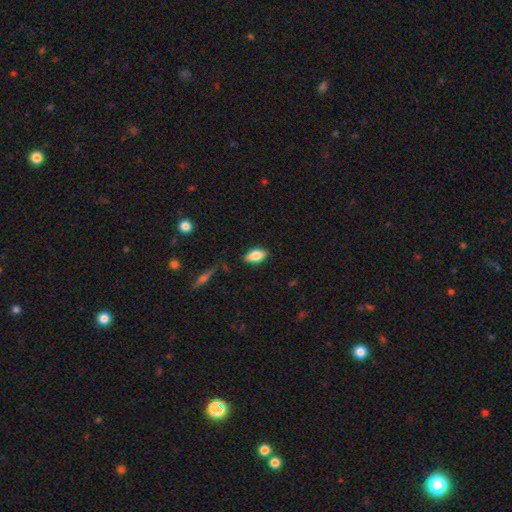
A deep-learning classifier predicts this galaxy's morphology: This is likely a smooth galaxy (79%). How rounded: clearly in between (88%). Merging: clearly none (83%).